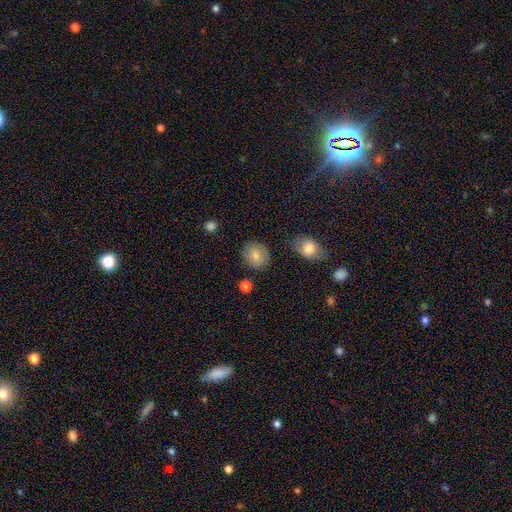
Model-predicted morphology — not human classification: Smooth or featured? Predicted: smooth (p=0.83). How rounded? Predicted: round (p=0.74). Merging? Predicted: none (p=0.84).